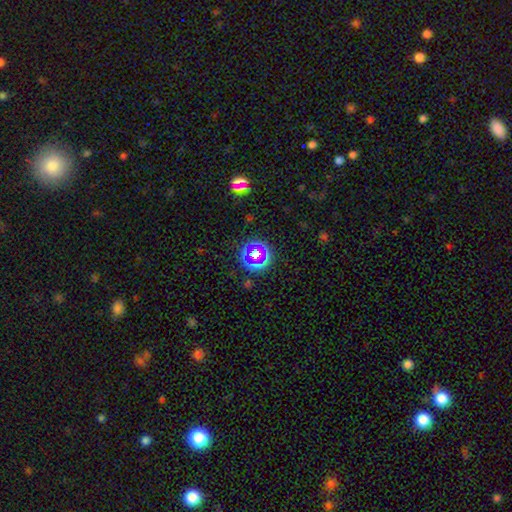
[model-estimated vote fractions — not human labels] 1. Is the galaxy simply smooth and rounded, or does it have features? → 48% star or artifact, 36% smooth, 16% featured or disk.